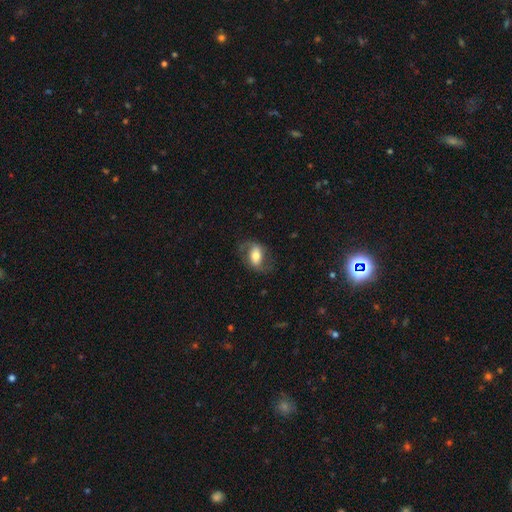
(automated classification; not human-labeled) Q: Smooth or featured?
A: featured or disk (51%); runner-up: smooth (42%)
Q: Edge-on disk?
A: no (93%); runner-up: yes (7%)
Q: Merging?
A: none (65%); runner-up: minor disturbance (19%)